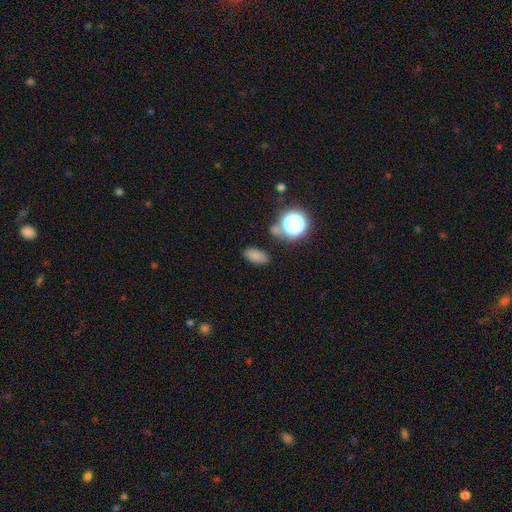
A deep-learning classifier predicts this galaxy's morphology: A smooth galaxy with no disk features (75%) that is in between round and cigar-shaped (87%). Merging: none (79%).